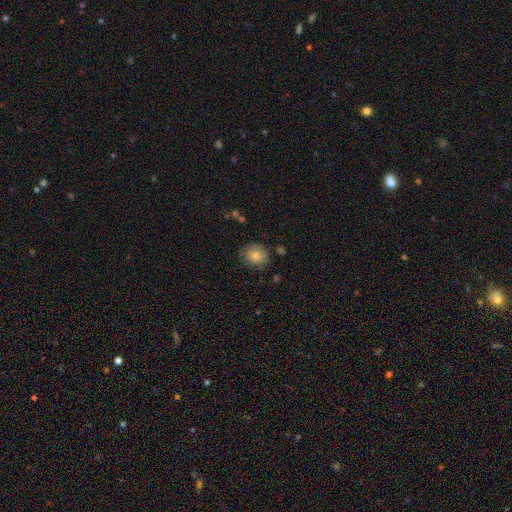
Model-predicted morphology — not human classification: The model was most divided on "how rounded": round: 69%, in between: 30%, cigar-shaped: 1%. More confident: smooth or featured — smooth (79%); merging — none (72%).